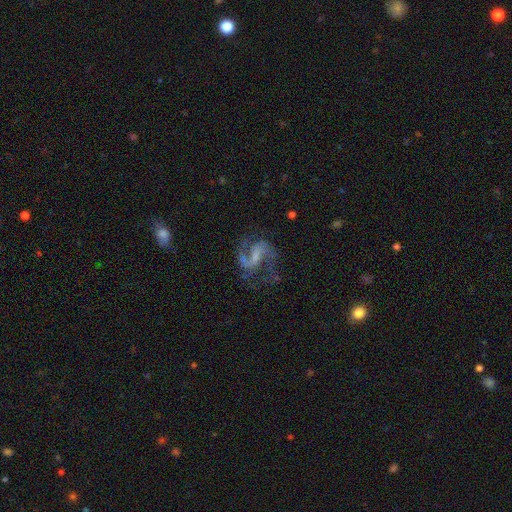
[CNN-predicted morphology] type=featured or disk (89%); edge-on=no (98%); bar=weak (50%); spiral arms=yes (97%); winding=medium (51%); arm count=2 (92%); bulge=small (44%); merging=none (69%).